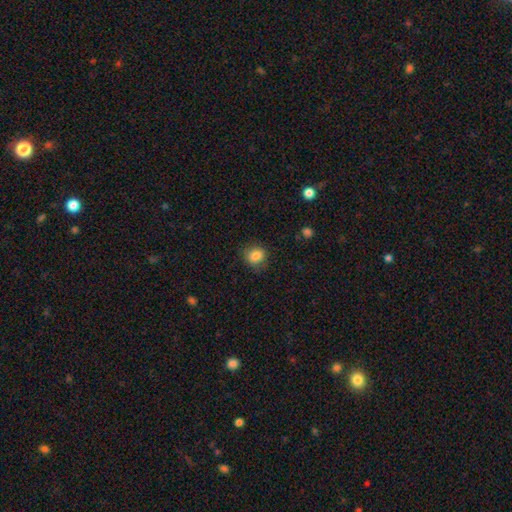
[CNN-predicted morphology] This is clearly a smooth galaxy (84%). How rounded: likely round (76%). Merging: likely none (79%).